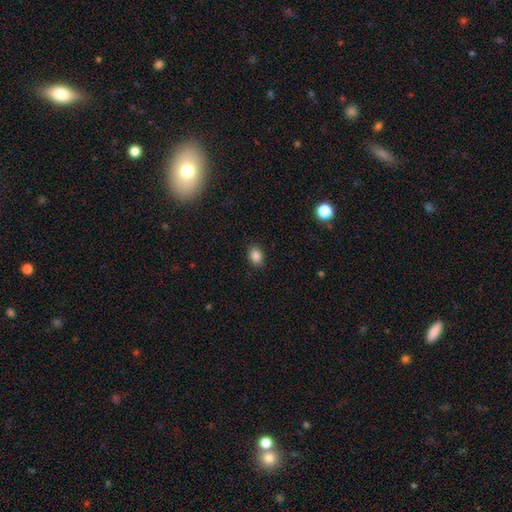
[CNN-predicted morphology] Smooth or featured: smooth — 87% (star or artifact — 10%)
How rounded: in between — 75% (round — 24%)
Merging: none — 87% (minor disturbance — 9%)